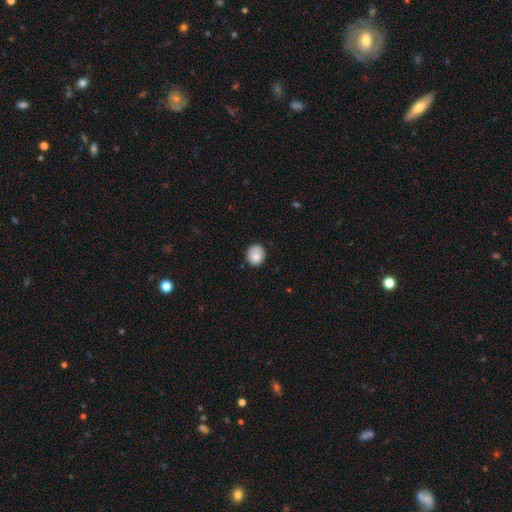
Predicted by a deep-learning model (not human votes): Smooth or featured? Predicted: smooth (p=0.81). How rounded? Predicted: round (p=0.68). Merging? Predicted: none (p=0.75).